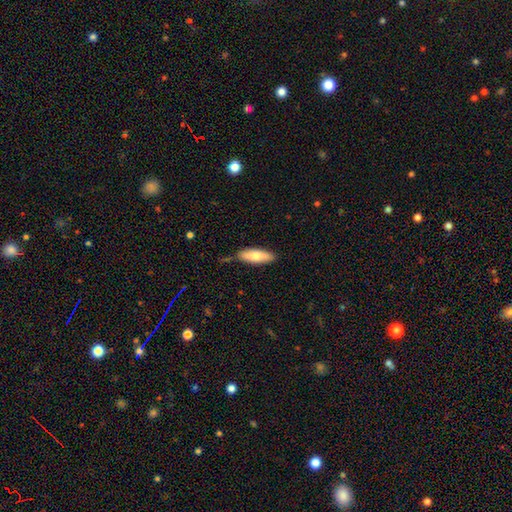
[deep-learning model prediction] smooth_or_featured: smooth (p=0.72) [alt: featured or disk p=0.22]
how_rounded: in between (p=0.59) [alt: cigar-shaped p=0.39]
merging: none (p=0.78) [alt: minor disturbance p=0.17]